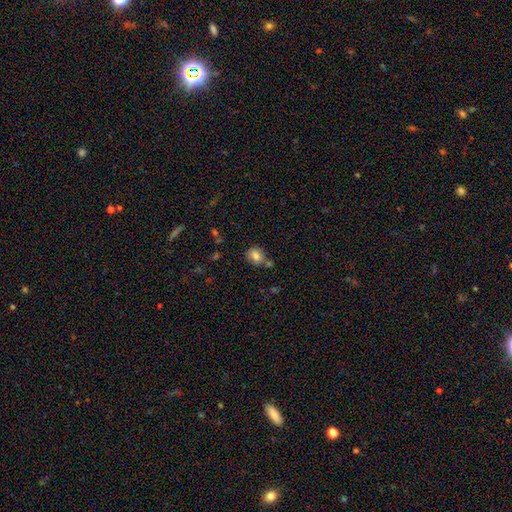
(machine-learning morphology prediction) Smooth or featured?
  - smooth: 81% *
  - star or artifact: 10%
  - featured or disk: 9%
How rounded?
  - round: 58% *
  - in between: 41%
  - cigar-shaped: 1%
Merging?
  - none: 67% *
  - merger: 15%
  - minor disturbance: 14%
  - major disturbance: 4%